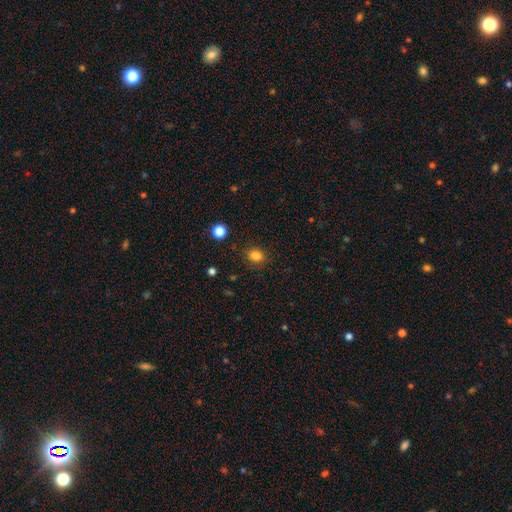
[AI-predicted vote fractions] The model was most divided on "how rounded": round: 64%, in between: 35%, cigar-shaped: 1%. More confident: merging — none (86%); smooth or featured — smooth (83%).